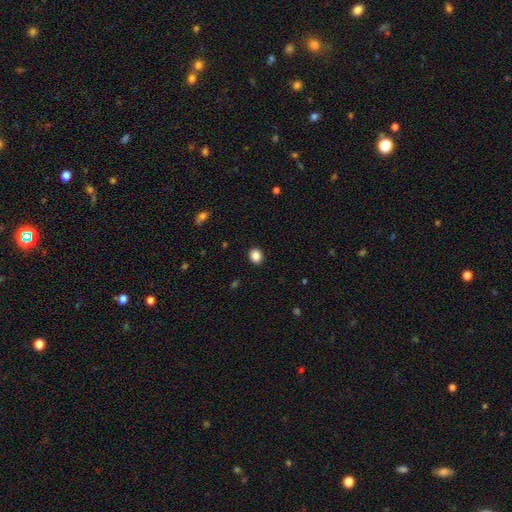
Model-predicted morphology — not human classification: smooth_or_featured: smooth (p=0.87) [alt: star or artifact p=0.10]
how_rounded: round (p=0.61) [alt: in between p=0.38]
merging: none (p=0.92) [alt: minor disturbance p=0.06]